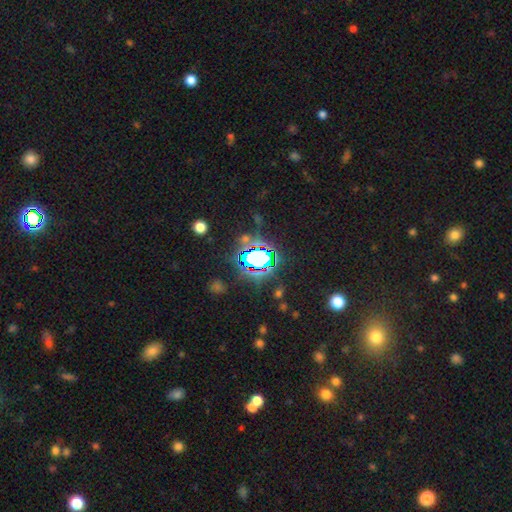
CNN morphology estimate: The model was most divided on "smooth or featured": star or artifact: 69%, smooth: 20%, featured or disk: 11%.